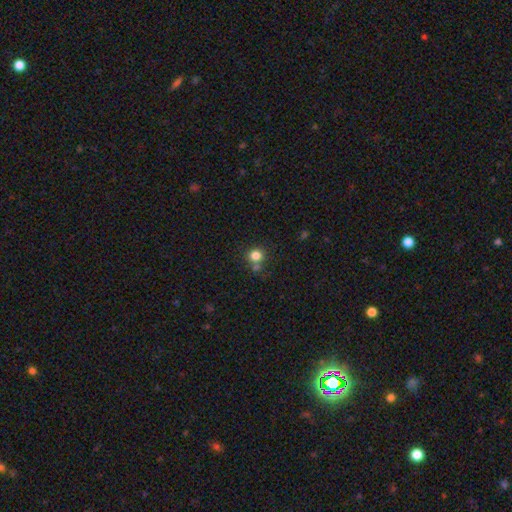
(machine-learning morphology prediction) This is clearly a smooth galaxy (81%). How rounded: clearly round (89%). Merging: likely none (66%).